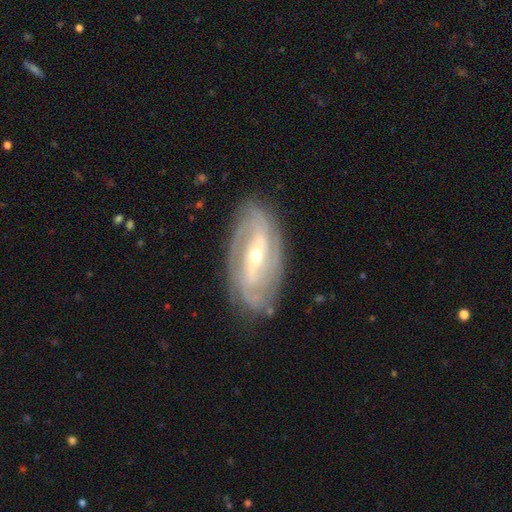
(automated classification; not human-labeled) This appears to be a featured or disk galaxy (87%) with a strong bar (47%), 2 (44%) tight (55%) spiral arms (94%) and a small central bulge (55%). Merging: none (80%).